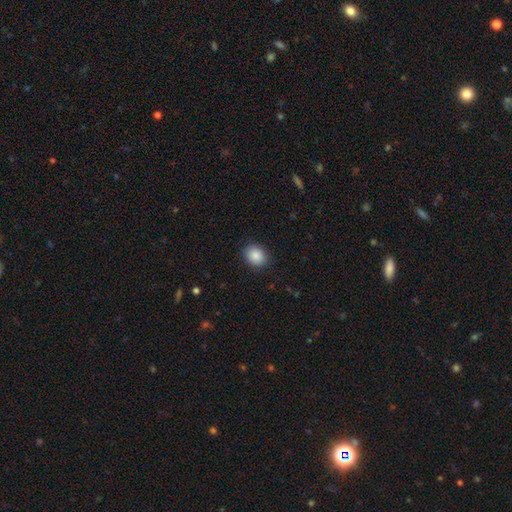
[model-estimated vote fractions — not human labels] Smooth or featured?
  - smooth: 87% *
  - star or artifact: 8%
  - featured or disk: 4%
How rounded?
  - round: 61% *
  - in between: 38%
  - cigar-shaped: 1%
Merging?
  - none: 88% *
  - minor disturbance: 8%
  - major disturbance: 2%
  - merger: 1%